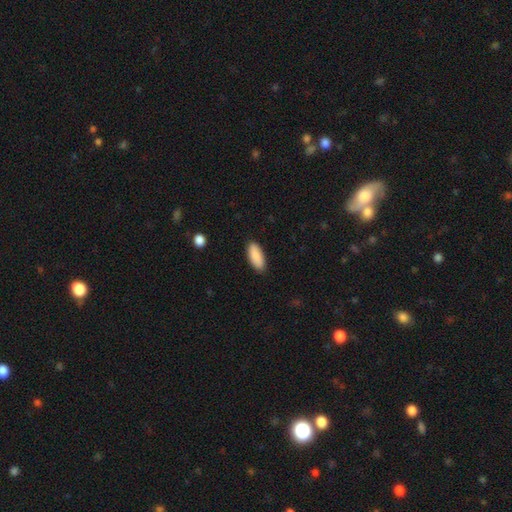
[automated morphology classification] smooth_or_featured: smooth (p=0.89) [alt: star or artifact p=0.06]
how_rounded: in between (p=0.81) [alt: cigar-shaped p=0.17]
merging: none (p=0.88) [alt: minor disturbance p=0.09]